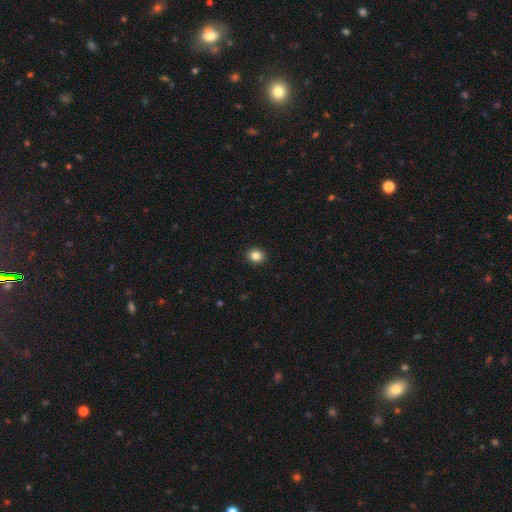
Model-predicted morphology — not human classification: type=smooth (84%); roundness=round (79%); merging=none (92%).